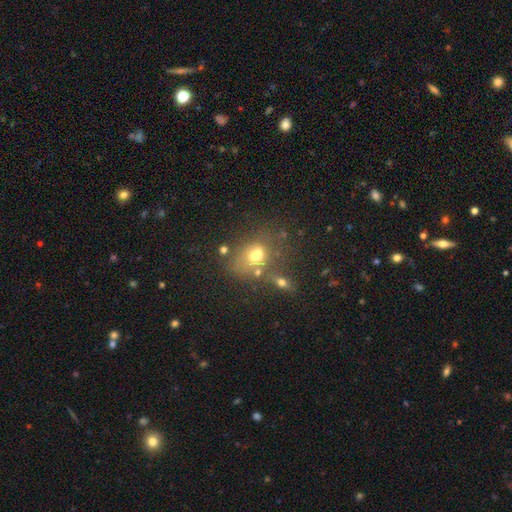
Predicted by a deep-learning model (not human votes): Overall: smooth (57%; featured or disk 25%). How rounded: in between (57%; round 42%). Merging: merger (37%; none 34%).